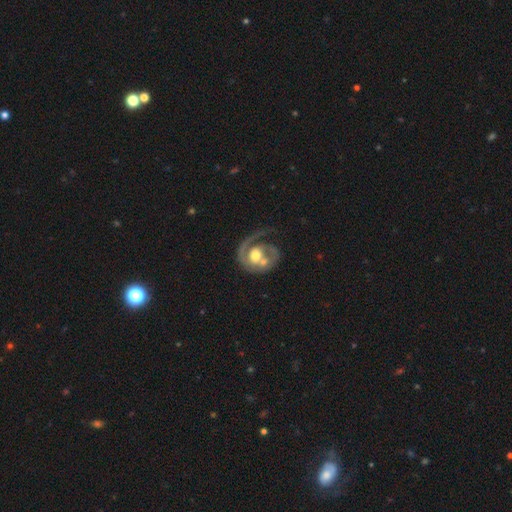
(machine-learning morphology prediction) A featured or disk galaxy (81%) with no bar (71%), 1 (75%) tight (47%) spiral arms (85%) and a moderate central bulge (66%). Merging: none (36%).